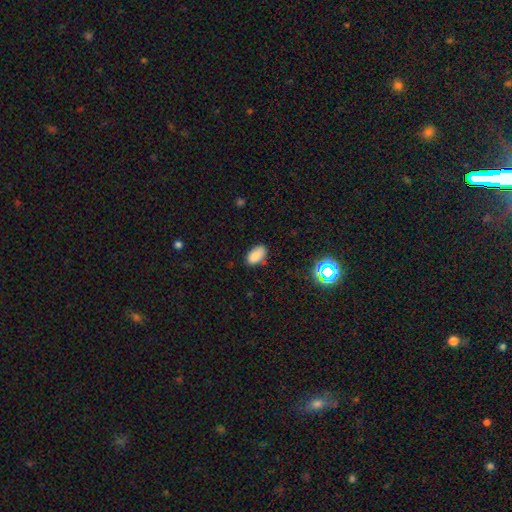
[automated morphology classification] Smooth or featured? Predicted: smooth (p=0.84). How rounded? Predicted: in between (p=0.93). Merging? Predicted: none (p=0.76).